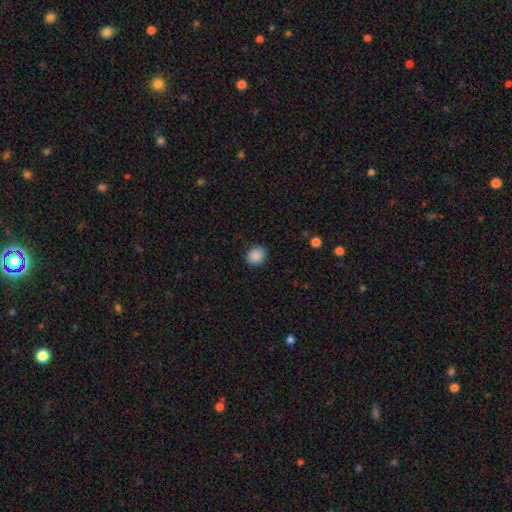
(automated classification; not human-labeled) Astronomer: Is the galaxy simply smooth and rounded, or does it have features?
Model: smooth — 89%.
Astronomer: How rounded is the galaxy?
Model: round — 51% (runner-up: in between, 48%).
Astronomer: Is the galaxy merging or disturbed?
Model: none — 86%.